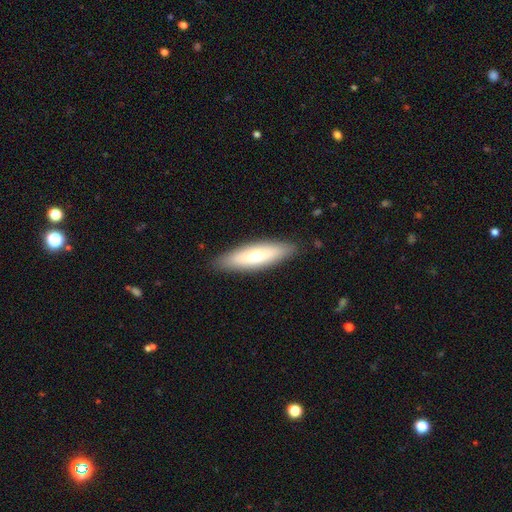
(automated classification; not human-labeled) Smooth or featured? smooth (66%)
How rounded? cigar-shaped (65%)
Merging? none (89%)